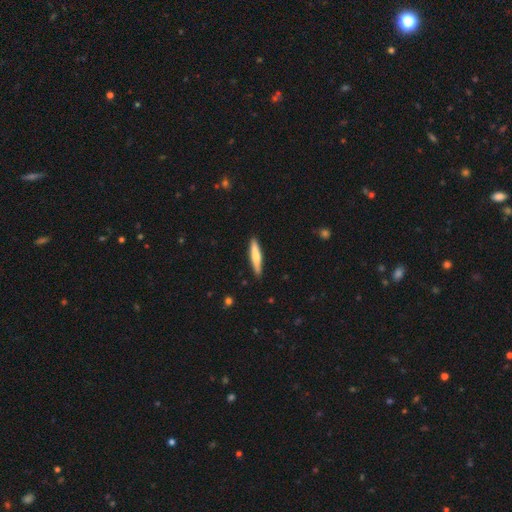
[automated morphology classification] Q: Smooth or featured?
A: smooth (63%); runner-up: featured or disk (32%)
Q: How rounded?
A: cigar-shaped (89%); runner-up: in between (10%)
Q: Merging?
A: none (89%); runner-up: minor disturbance (8%)